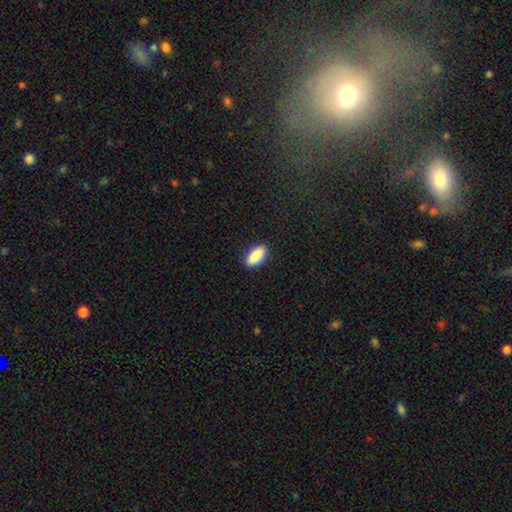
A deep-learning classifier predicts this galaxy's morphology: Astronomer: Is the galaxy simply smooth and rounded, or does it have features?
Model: smooth — 90%.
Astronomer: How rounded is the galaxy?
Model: in between — 91%.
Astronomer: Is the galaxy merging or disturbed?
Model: none — 90%.